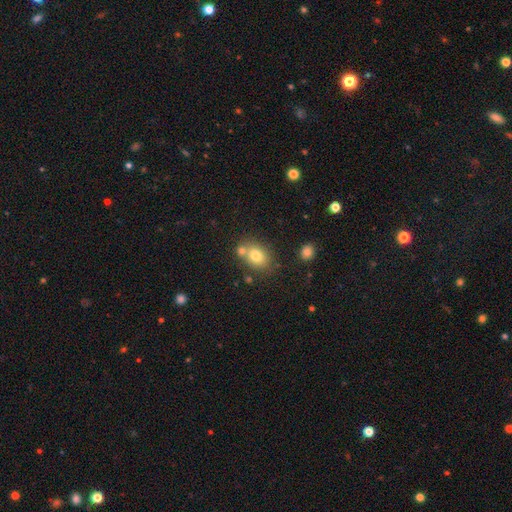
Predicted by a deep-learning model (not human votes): A smooth galaxy with no disk features (77%) that is in between round and cigar-shaped (56%). Merging: none (59%).